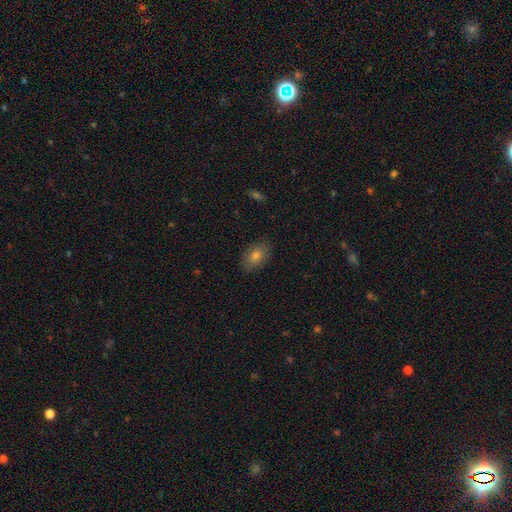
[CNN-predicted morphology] Smooth or featured? smooth (75%)
How rounded? in between (85%)
Merging? none (86%)